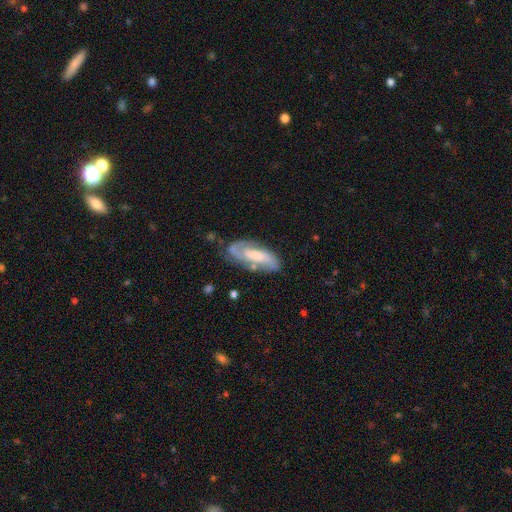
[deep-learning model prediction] smooth-or-featured: featured or disk: 69% | smooth: 24% | star or artifact: 6%
  disk-edge-on: no: 91% | yes: 9%
    bar: no: 40% | weak: 39% | strong: 20%
    has-spiral-arms: yes: 89% | no: 11%
      spiral-winding: medium: 44% | tight: 36% | loose: 20%
      spiral-arm-count: 2: 72% | can't tell: 15% | 1: 7% | 3: 3% | 4: 1% | more than 4: 1%
    bulge-size: moderate: 41% | small: 26% | large: 18% | none: 13% | dominant: 2%
  merging: none: 67% | minor disturbance: 21% | major disturbance: 9% | merger: 4%